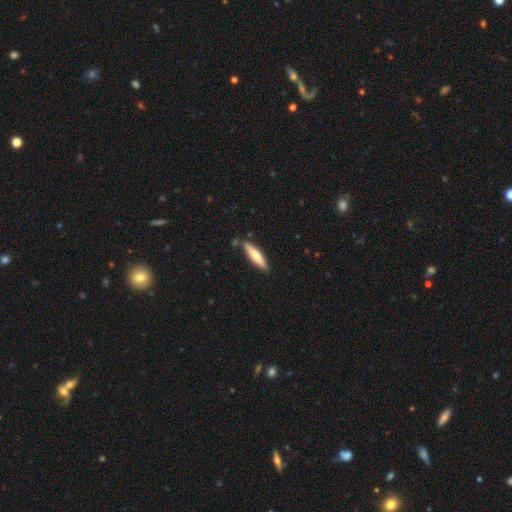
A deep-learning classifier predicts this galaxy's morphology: This is likely a smooth galaxy (66%). How rounded: likely cigar-shaped (79%). Merging: clearly none (81%).